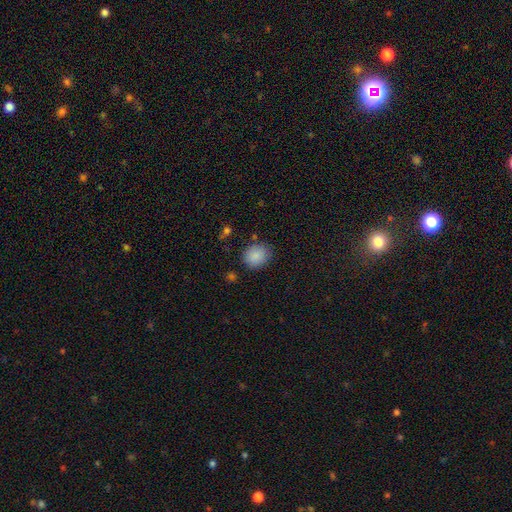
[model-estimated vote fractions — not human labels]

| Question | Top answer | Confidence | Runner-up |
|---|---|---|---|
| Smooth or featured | smooth | 87% | star or artifact (8%) |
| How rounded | round | 64% | in between (35%) |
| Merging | none | 82% | minor disturbance (12%) |